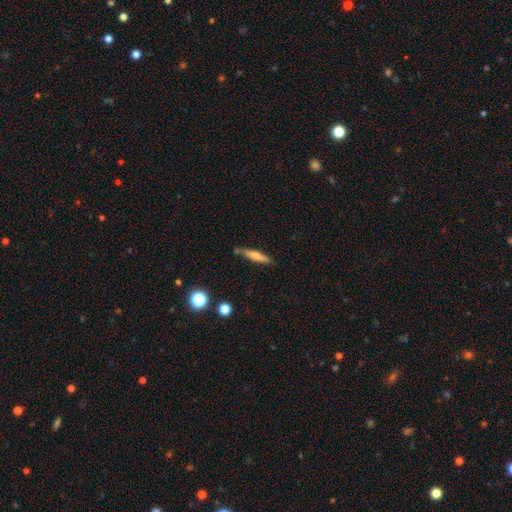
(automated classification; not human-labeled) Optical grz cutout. It shows a smooth galaxy with no disk features (49%). Merging: none (80%).